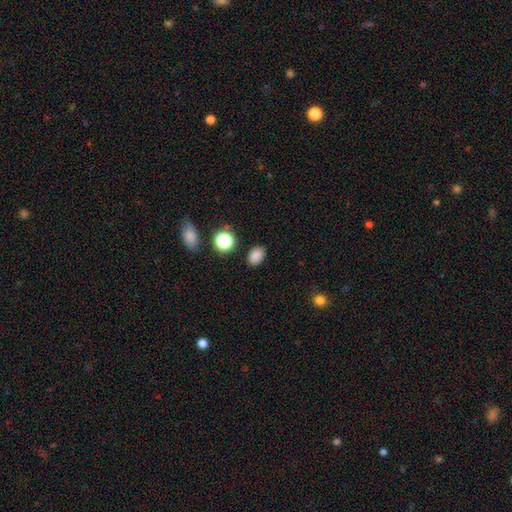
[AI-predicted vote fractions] Q: Smooth or featured?
A: smooth (83%); runner-up: star or artifact (13%)
Q: How rounded?
A: in between (77%); runner-up: round (22%)
Q: Merging?
A: none (85%); runner-up: minor disturbance (10%)